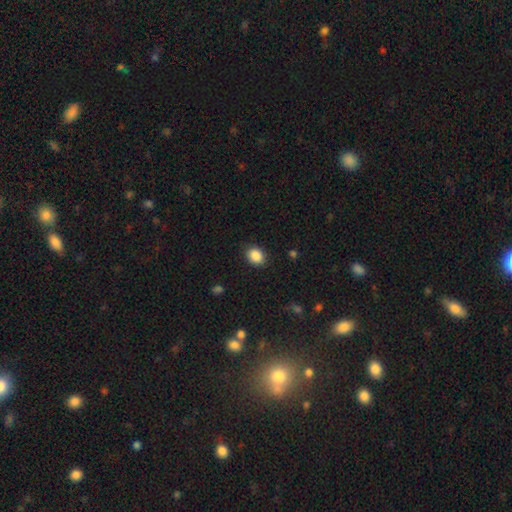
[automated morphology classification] This is clearly a smooth galaxy (88%). How rounded: possibly round (51%). Merging: clearly none (87%).